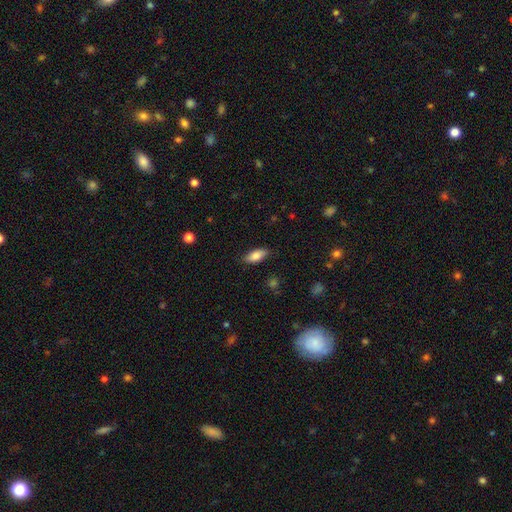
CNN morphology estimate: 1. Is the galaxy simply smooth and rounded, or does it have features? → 81% smooth, 12% featured or disk, 7% star or artifact.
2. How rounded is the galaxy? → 81% in between, 17% cigar-shaped, 3% round.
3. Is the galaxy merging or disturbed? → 84% none, 12% minor disturbance, 3% major disturbance, 1% merger.